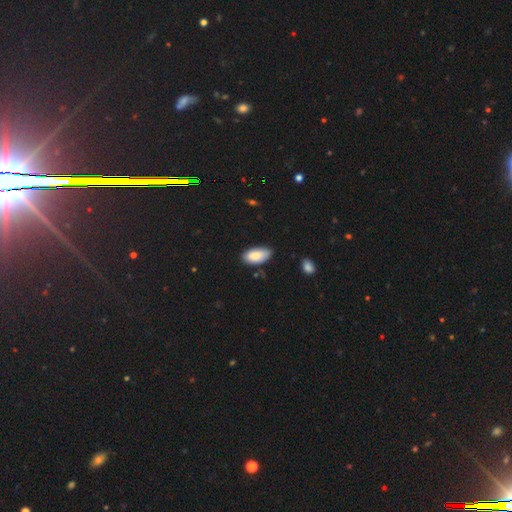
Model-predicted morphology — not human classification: smooth-or-featured: smooth: 84% | featured or disk: 10% | star or artifact: 6%
  how-rounded: in between: 94% | cigar-shaped: 4% | round: 2%
  merging: none: 73% | minor disturbance: 22% | major disturbance: 3% | merger: 2%